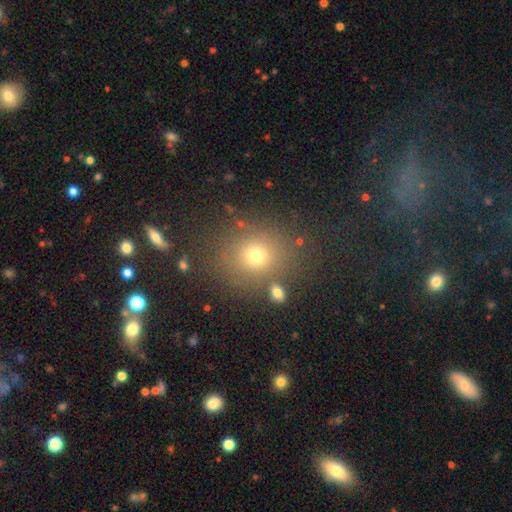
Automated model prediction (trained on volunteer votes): A smooth galaxy with no disk features (69%) that is round (79%). Merging: none (80%).